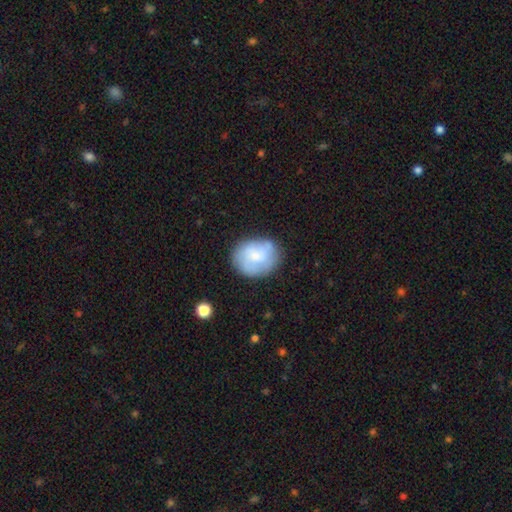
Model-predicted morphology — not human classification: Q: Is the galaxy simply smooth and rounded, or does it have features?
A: smooth — 60%.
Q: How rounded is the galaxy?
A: round — 57%.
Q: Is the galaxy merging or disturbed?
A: none — 66%.